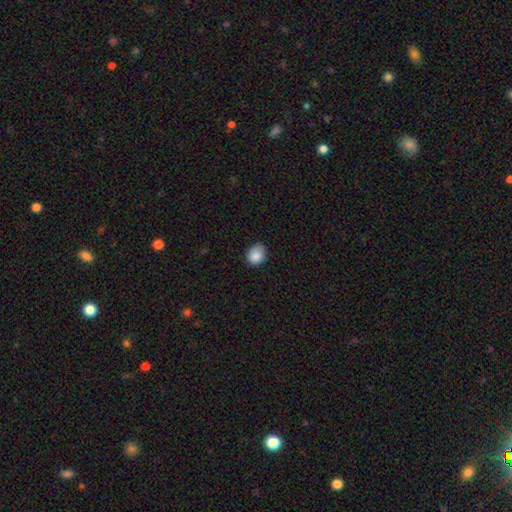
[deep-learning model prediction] Morphology: type=smooth (87%); roundness=round (63%); merging=none (76%).